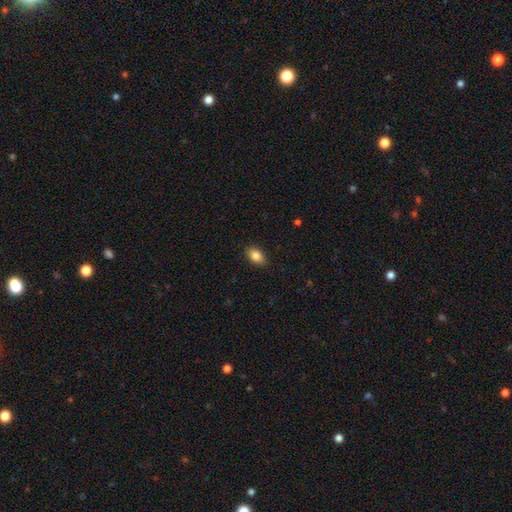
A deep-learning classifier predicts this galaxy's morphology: smooth_or_featured: smooth (p=0.86) [alt: star or artifact p=0.08]
how_rounded: in between (p=0.86) [alt: round p=0.13]
merging: none (p=0.88) [alt: minor disturbance p=0.09]